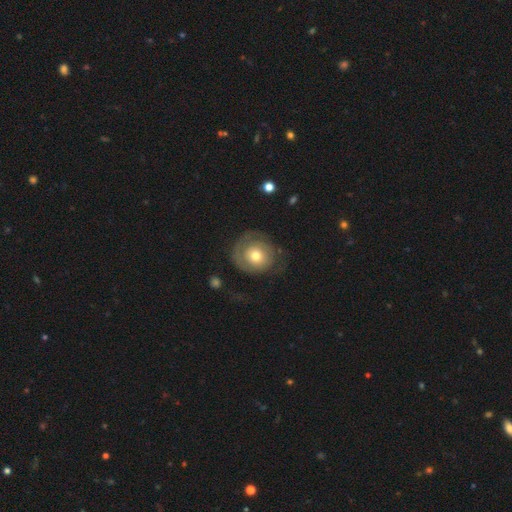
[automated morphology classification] Overall: featured or disk (49%; smooth 44%). Merging: none (59%; major disturbance 20%).